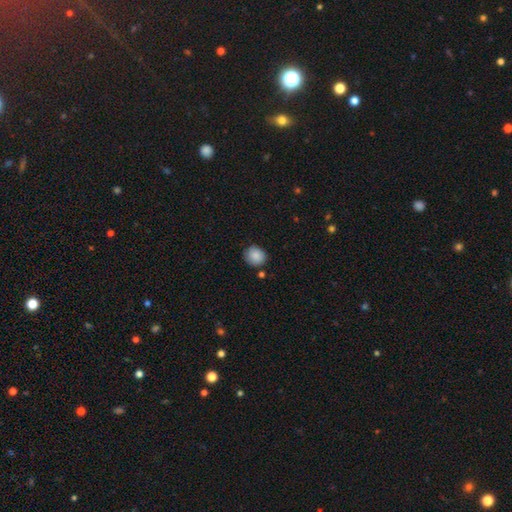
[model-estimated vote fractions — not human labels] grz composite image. It shows a smooth galaxy with no disk features (87%) that is round (84%). Merging: none (81%).